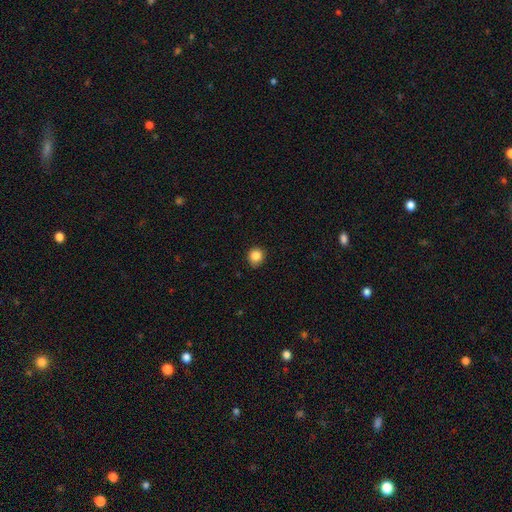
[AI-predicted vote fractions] Morphology: type=smooth (86%); roundness=round (89%); merging=none (84%).